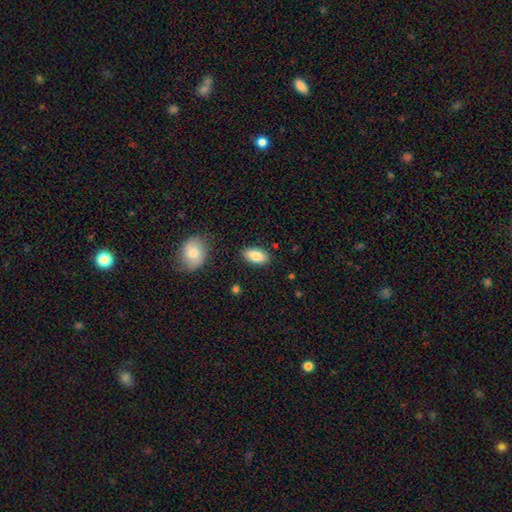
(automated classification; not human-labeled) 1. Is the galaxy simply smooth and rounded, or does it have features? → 84% smooth, 9% featured or disk, 7% star or artifact.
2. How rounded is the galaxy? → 92% in between, 4% cigar-shaped, 4% round.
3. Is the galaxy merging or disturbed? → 85% none, 10% minor disturbance, 2% major disturbance, 2% merger.